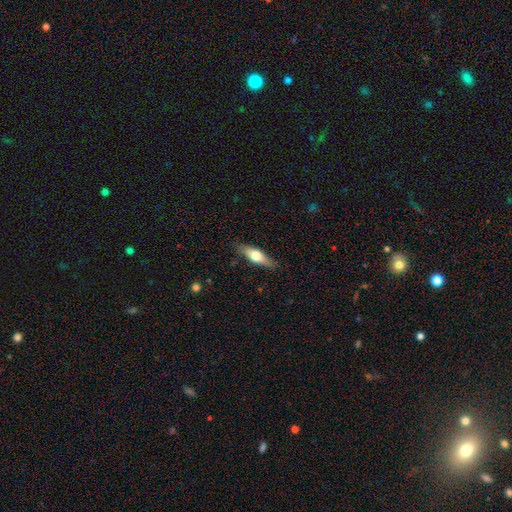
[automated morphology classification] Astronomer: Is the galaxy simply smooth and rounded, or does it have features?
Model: smooth — 54% (runner-up: featured or disk, 41%).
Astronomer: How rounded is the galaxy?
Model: in between — 50% (runner-up: cigar-shaped, 47%).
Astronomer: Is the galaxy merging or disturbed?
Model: none — 83%.